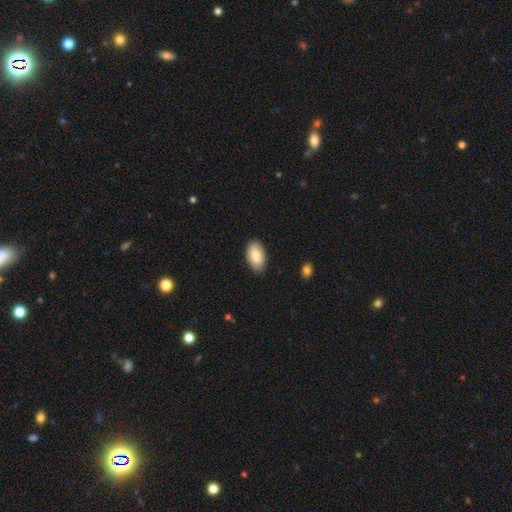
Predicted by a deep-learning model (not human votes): Smooth or featured?
  - smooth: 82% *
  - featured or disk: 12%
  - star or artifact: 6%
How rounded?
  - in between: 95% *
  - round: 3%
  - cigar-shaped: 2%
Merging?
  - none: 85% *
  - minor disturbance: 12%
  - major disturbance: 2%
  - merger: 1%